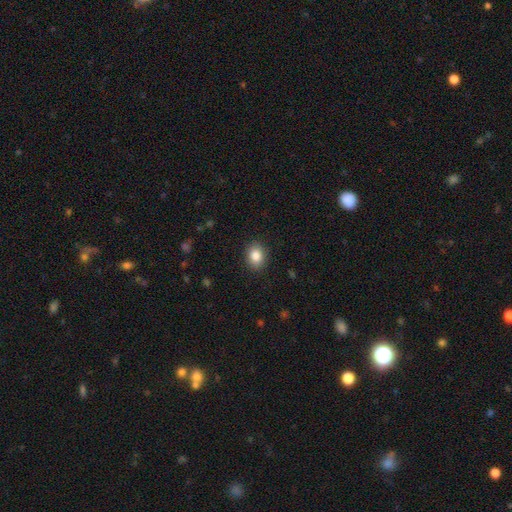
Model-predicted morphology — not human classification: smooth_or_featured: smooth (p=0.85) [alt: star or artifact p=0.09]
how_rounded: in between (p=0.60) [alt: round p=0.39]
merging: none (p=0.89) [alt: minor disturbance p=0.08]